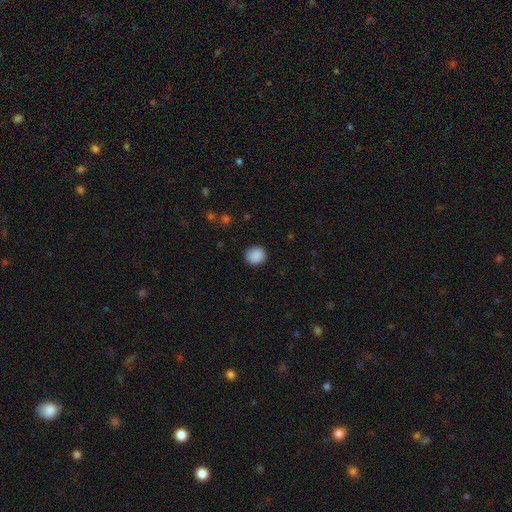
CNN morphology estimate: type=smooth (89%); roundness=round (84%); merging=none (89%).